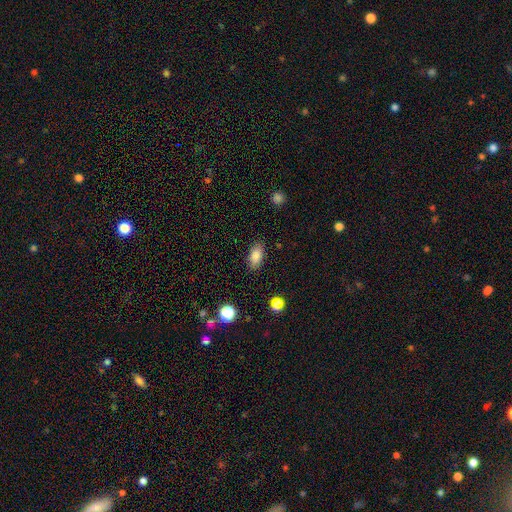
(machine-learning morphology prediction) Smooth or featured: smooth — 85% (star or artifact — 9%)
How rounded: in between — 89% (cigar-shaped — 7%)
Merging: none — 87% (minor disturbance — 9%)